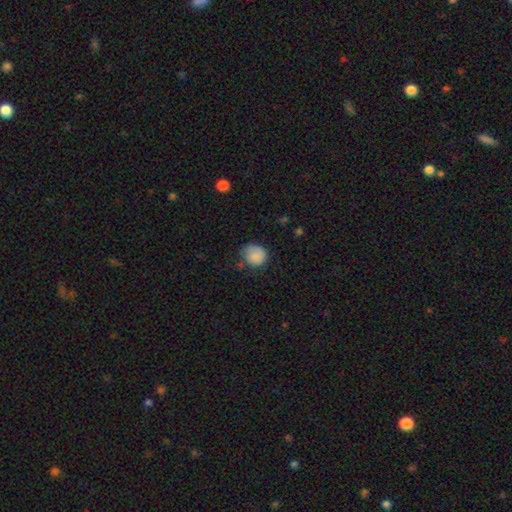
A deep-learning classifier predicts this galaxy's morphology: smooth_or_featured: smooth (p=0.86) [alt: star or artifact p=0.08]
how_rounded: round (p=0.81) [alt: in between p=0.18]
merging: none (p=0.60) [alt: minor disturbance p=0.29]